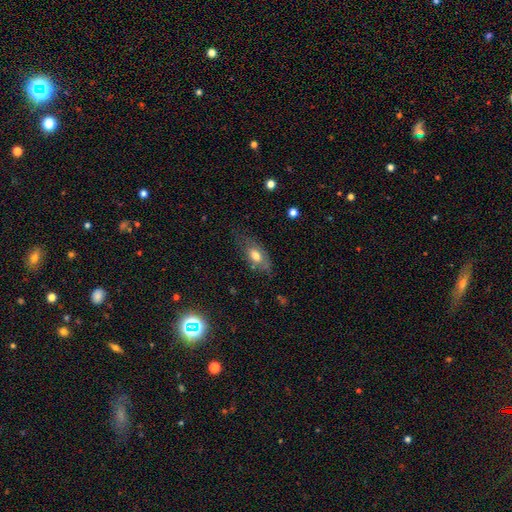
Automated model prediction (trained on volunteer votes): Morphology: type=smooth (63%); roundness=in between (85%); merging=none (58%).